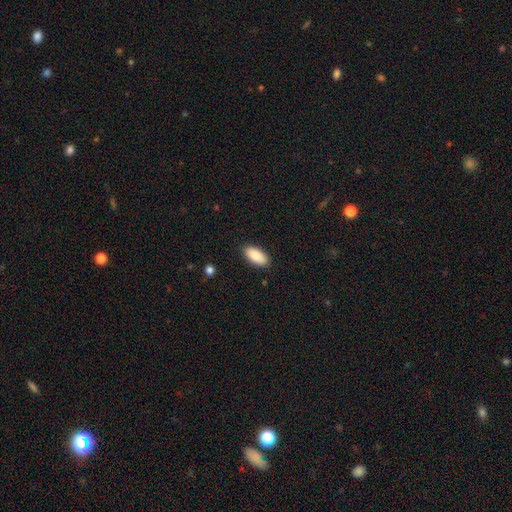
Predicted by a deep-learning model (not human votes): Overall: smooth (90%). How rounded: in between (92%). Merging: none (88%).